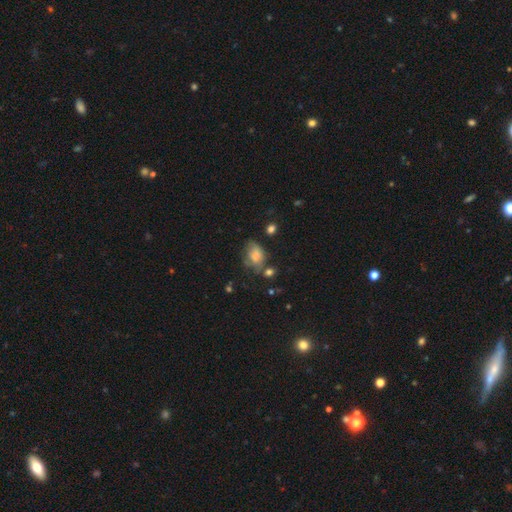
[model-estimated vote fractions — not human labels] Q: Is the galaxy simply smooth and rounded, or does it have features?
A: smooth — 73%.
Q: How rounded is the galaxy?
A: in between — 81%.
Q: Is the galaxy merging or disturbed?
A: none — 38%.